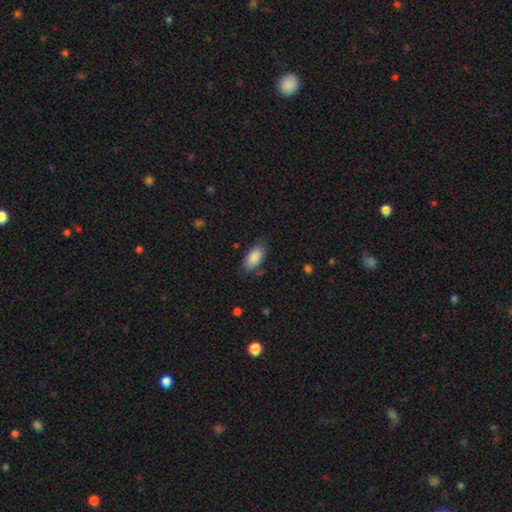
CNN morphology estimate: Smooth or featured? smooth (86%)
How rounded? in between (90%)
Merging? none (79%)